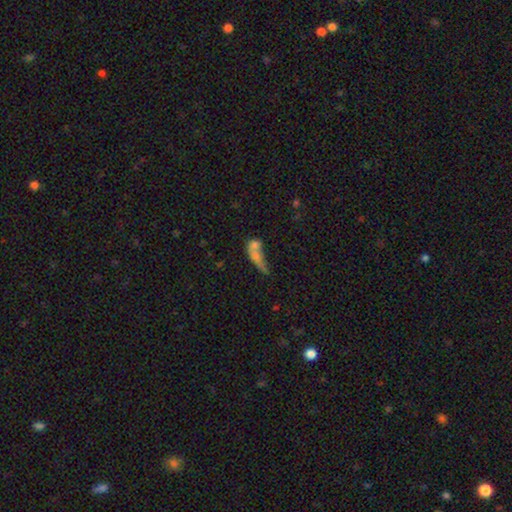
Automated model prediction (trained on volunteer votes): This appears to be a smooth galaxy with no disk features (60%) that is in between round and cigar-shaped (47%). Merging: merger (52%).